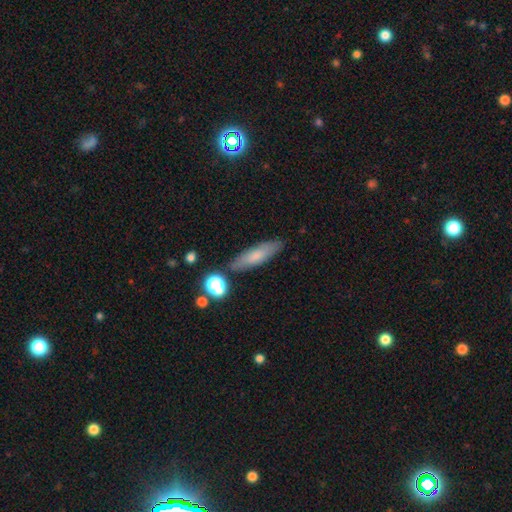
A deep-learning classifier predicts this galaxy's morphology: The model was most divided on "how rounded": cigar-shaped: 65%, in between: 32%, round: 3%. More confident: merging — none (81%); smooth or featured — smooth (71%).